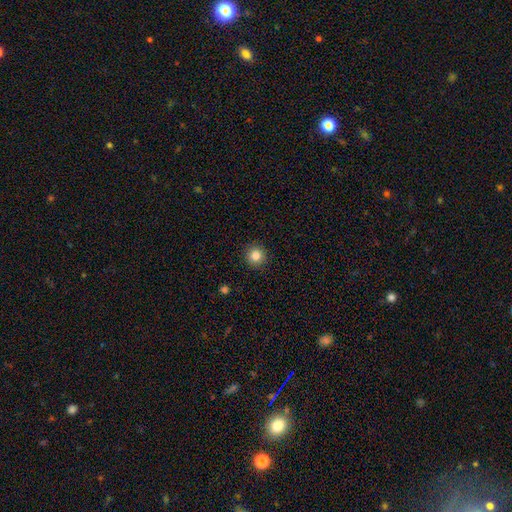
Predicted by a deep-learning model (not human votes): A smooth galaxy with no disk features (83%) that is round (94%). Merging: none (92%).